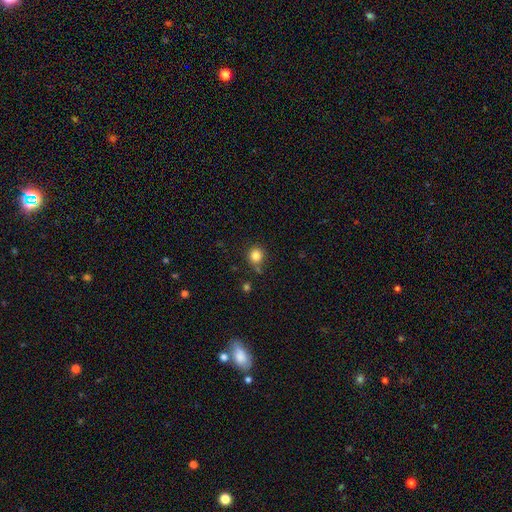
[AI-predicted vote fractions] The model was most divided on "merging": none: 78%, minor disturbance: 13%, merger: 6%, major disturbance: 3%. More confident: how rounded — round (89%); smooth or featured — smooth (83%).